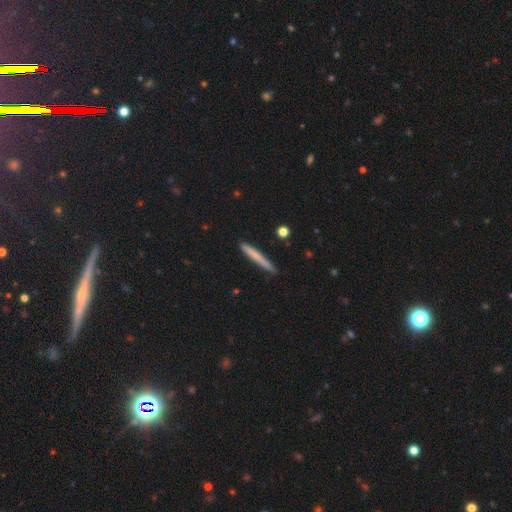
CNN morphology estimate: A smooth galaxy with no disk features (67%) that is cigar-shaped (96%). Merging: none (88%).